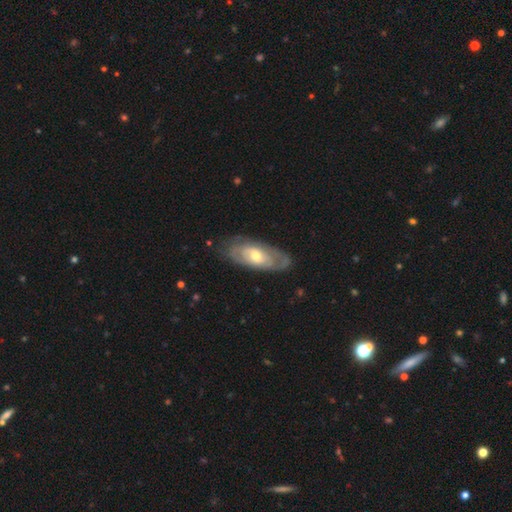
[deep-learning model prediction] smooth-or-featured: featured or disk: 64% | smooth: 30% | star or artifact: 5%
  disk-edge-on: no: 85% | yes: 15%
    bar: no: 71% | weak: 23% | strong: 6%
    has-spiral-arms: yes: 58% | no: 42%
    bulge-size: moderate: 61% | small: 33% | large: 4% | none: 1% | dominant: 1%
  merging: none: 75% | minor disturbance: 18% | major disturbance: 6% | merger: 1%